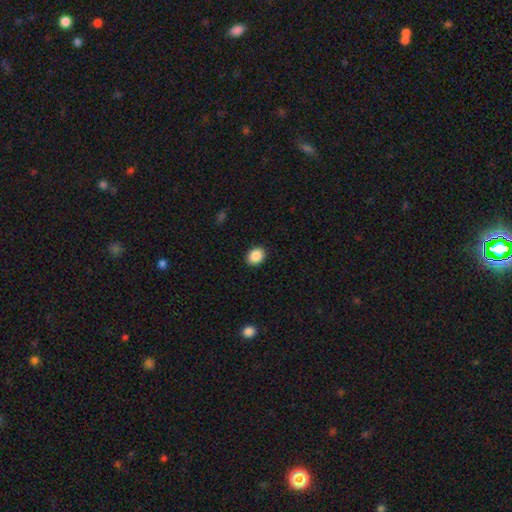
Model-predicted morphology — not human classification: Smooth or featured? Predicted: smooth (p=0.89). How rounded? Predicted: in between (p=0.51). Merging? Predicted: none (p=0.91).